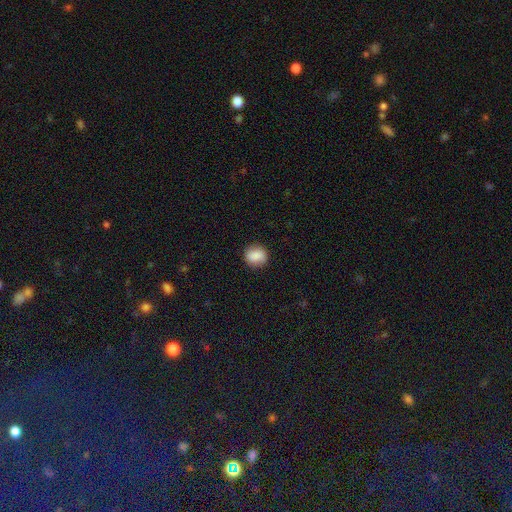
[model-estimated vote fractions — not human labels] Smooth or featured? smooth (87%)
How rounded? round (79%)
Merging? none (88%)